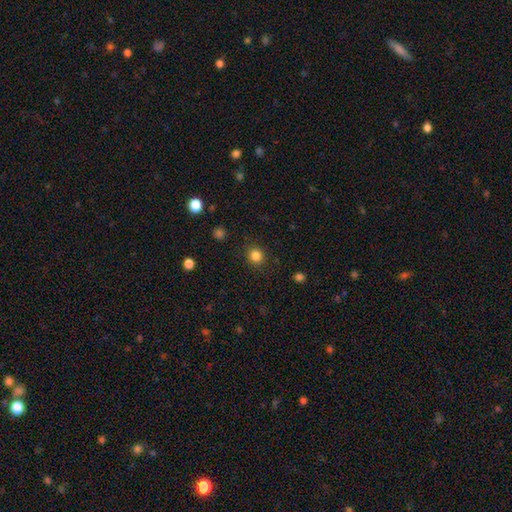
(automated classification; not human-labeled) Smooth or featured? smooth (84%)
How rounded? round (86%)
Merging? none (89%)